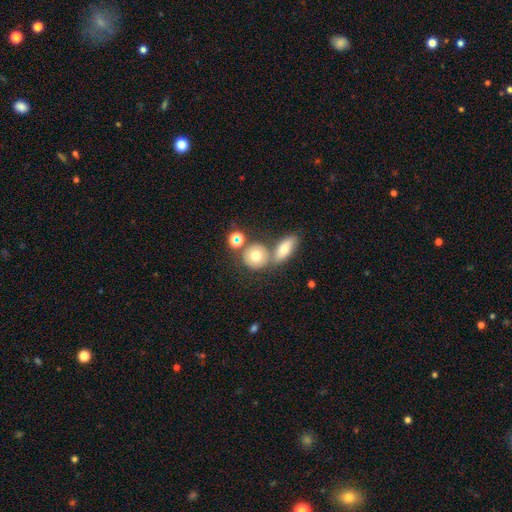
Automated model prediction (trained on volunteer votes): A smooth galaxy with no disk features (70%) that is round (75%).

Vote fractions:
- Smooth or featured? smooth: 70% / featured or disk: 19% / star or artifact: 11%
- How rounded? round: 75% / in between: 23% / cigar-shaped: 2%
- Merging? none: 51% / merger: 34% / minor disturbance: 10% / major disturbance: 5%